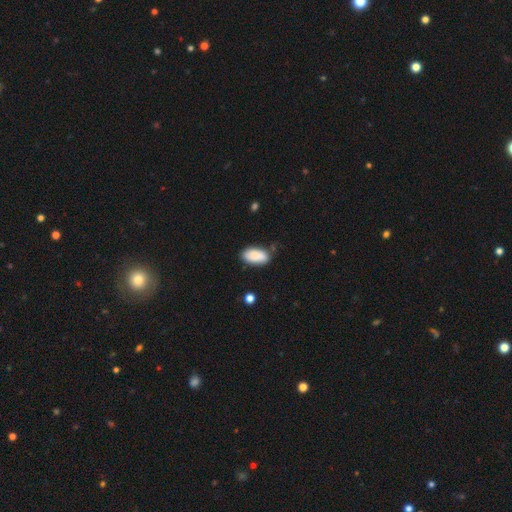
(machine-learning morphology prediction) Overall: smooth (88%). How rounded: in between (94%). Merging: none (75%).